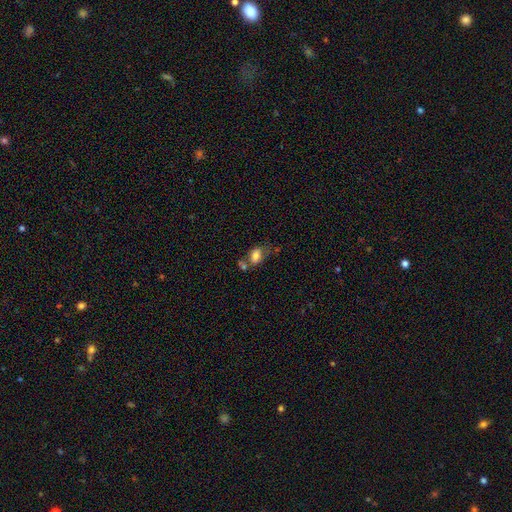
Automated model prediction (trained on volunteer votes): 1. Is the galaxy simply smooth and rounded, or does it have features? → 76% smooth, 15% featured or disk, 10% star or artifact.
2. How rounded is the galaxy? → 83% in between, 15% round, 2% cigar-shaped.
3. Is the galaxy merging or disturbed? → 38% none, 29% merger, 20% minor disturbance, 12% major disturbance.